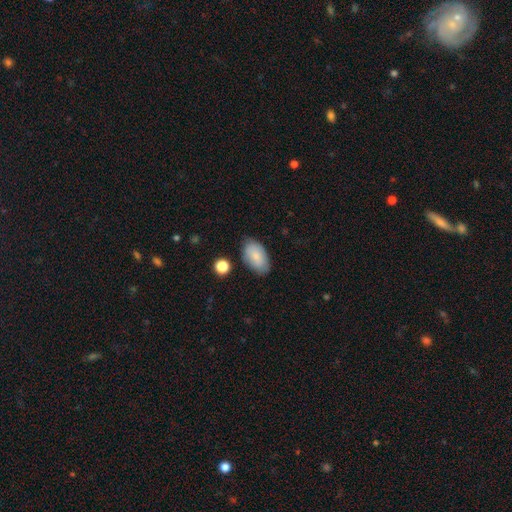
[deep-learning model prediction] smooth 84%, featured or disk 10%, star or artifact 6%. Down the decision tree: how rounded — in between (94%); merging — none (77%).